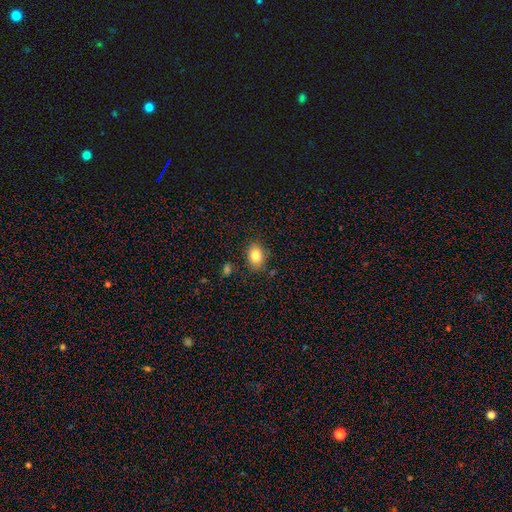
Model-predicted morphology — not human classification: smooth 84%, star or artifact 9%, featured or disk 8%. Down the decision tree: how rounded — in between (71%); merging — none (82%).